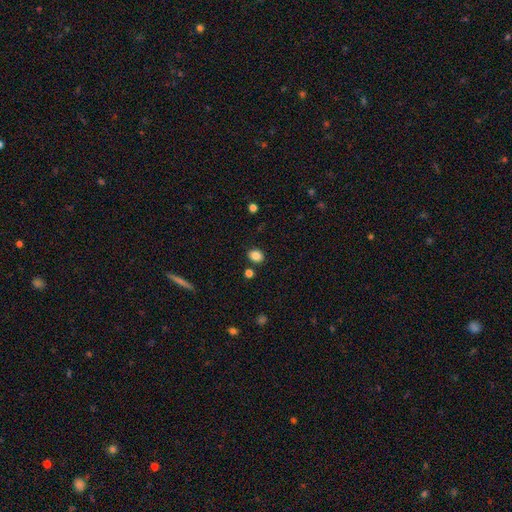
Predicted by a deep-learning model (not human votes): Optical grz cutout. It shows a smooth galaxy with no disk features (84%) that is in between round and cigar-shaped (56%). Merging: none (83%).